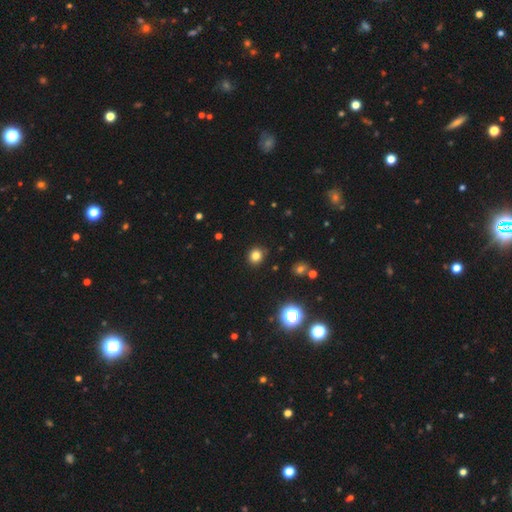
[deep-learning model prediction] smooth 80%, star or artifact 15%, featured or disk 5%. Down the decision tree: how rounded — round (87%); merging — none (89%).